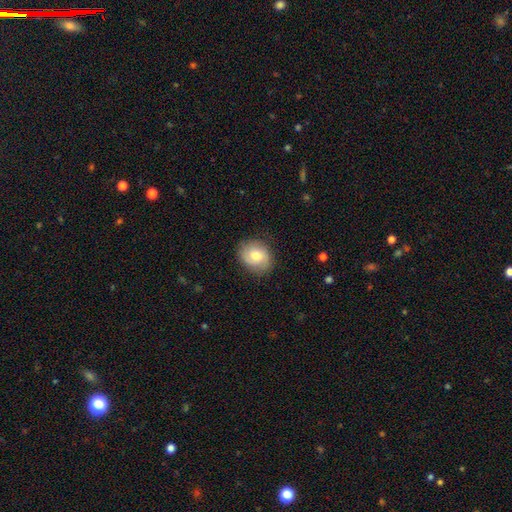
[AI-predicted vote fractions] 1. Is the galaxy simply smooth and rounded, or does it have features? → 63% smooth, 29% featured or disk, 8% star or artifact.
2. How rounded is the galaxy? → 66% round, 33% in between, 1% cigar-shaped.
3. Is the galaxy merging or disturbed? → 82% none, 13% minor disturbance, 4% major disturbance, 1% merger.